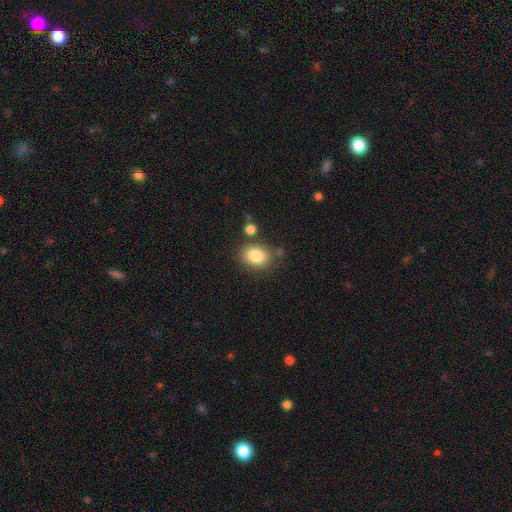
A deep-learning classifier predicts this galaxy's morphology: The model was most divided on "how rounded": in between: 64%, round: 35%, cigar-shaped: 1%. More confident: smooth or featured — smooth (84%); merging — none (75%).